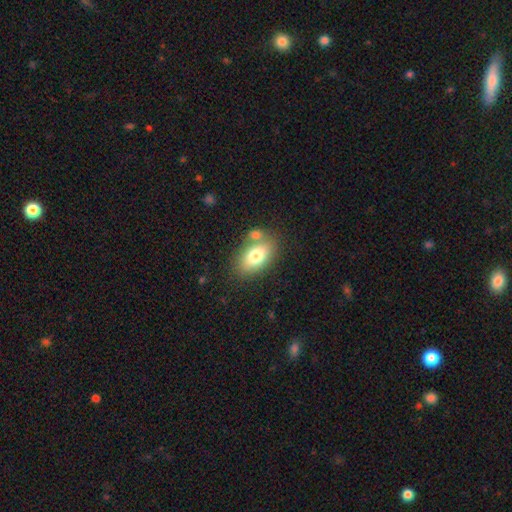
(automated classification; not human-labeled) This is likely a smooth galaxy (75%). How rounded: clearly in between (89%). Merging: likely none (63%).